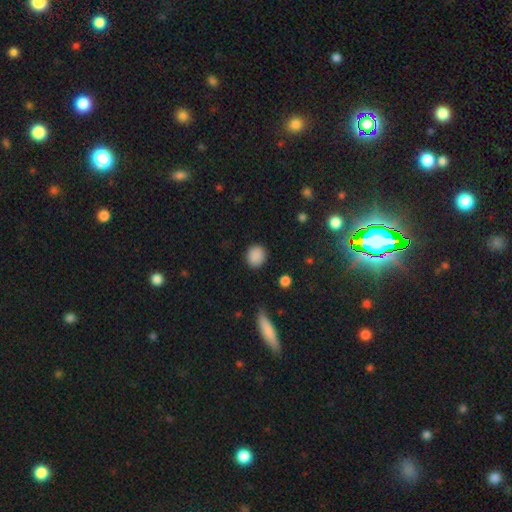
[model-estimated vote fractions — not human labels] Smooth or featured?
  - smooth: 88% *
  - star or artifact: 9%
  - featured or disk: 3%
How rounded?
  - round: 76% *
  - in between: 23%
  - cigar-shaped: 1%
Merging?
  - none: 88% *
  - minor disturbance: 8%
  - major disturbance: 3%
  - merger: 1%